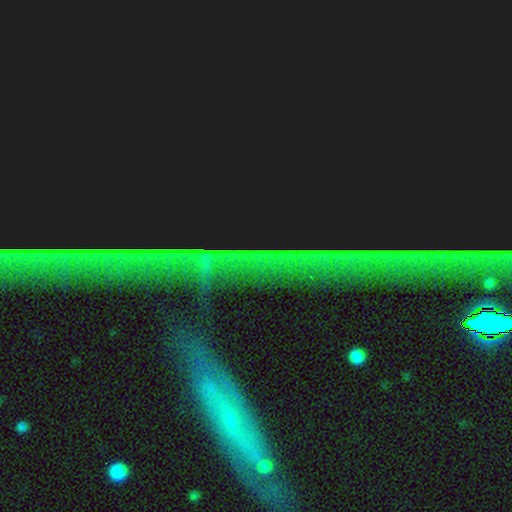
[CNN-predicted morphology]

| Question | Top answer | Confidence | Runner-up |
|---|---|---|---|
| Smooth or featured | star or artifact | 79% | featured or disk (11%) |